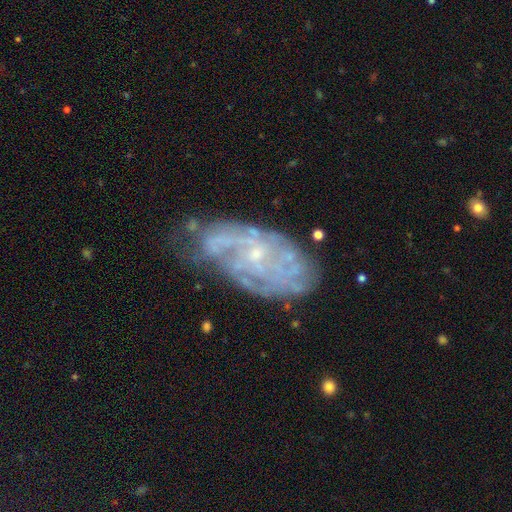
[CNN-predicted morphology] The model was most divided on "spiral winding": tight: 58%, medium: 30%, loose: 12%. More confident: edge-on disk — no (94%); bulge size — small (81%); spiral arms — yes (80%); smooth or featured — featured or disk (77%); bar — no (73%); merging — none (58%); spiral arm count — can't tell (53%).